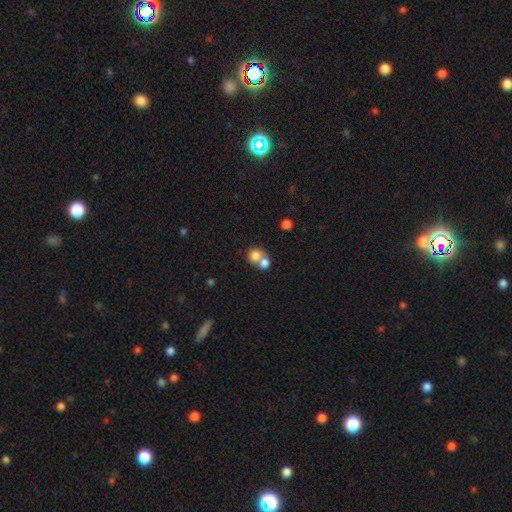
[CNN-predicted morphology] smooth-or-featured: smooth: 78% | featured or disk: 13% | star or artifact: 9%
  how-rounded: round: 74% | in between: 25% | cigar-shaped: 1%
  merging: merger: 64% | none: 27% | minor disturbance: 6% | major disturbance: 3%